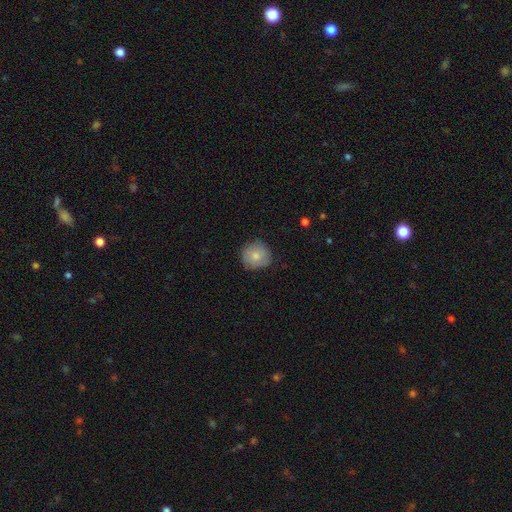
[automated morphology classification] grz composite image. It shows a smooth galaxy with no disk features (77%) that is round (92%). Merging: none (79%).